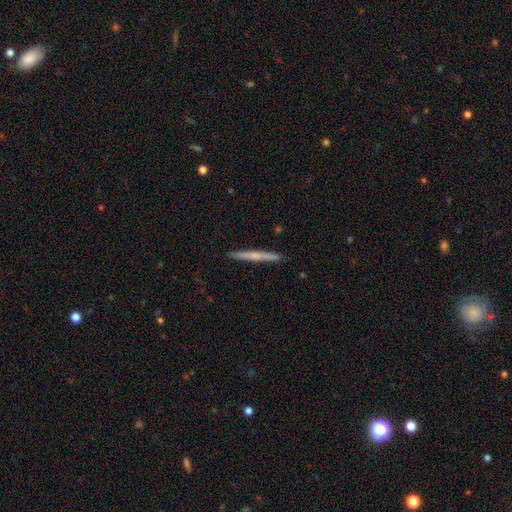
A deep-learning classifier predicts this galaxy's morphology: Q: Smooth or featured?
A: featured or disk (48%); runner-up: smooth (46%)
Q: Merging?
A: none (92%); runner-up: minor disturbance (6%)